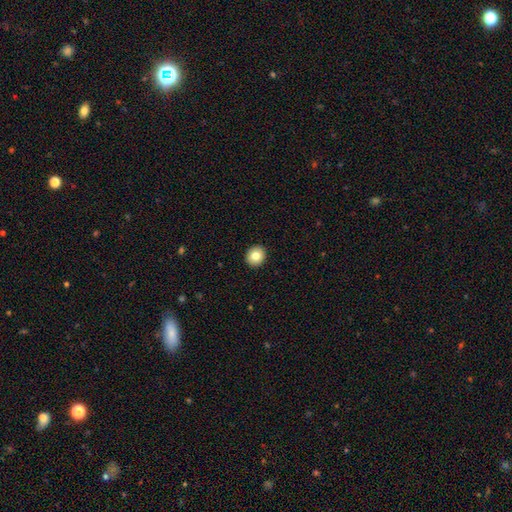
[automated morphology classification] A smooth galaxy with no disk features (82%) that is round (83%). Merging: none (93%).